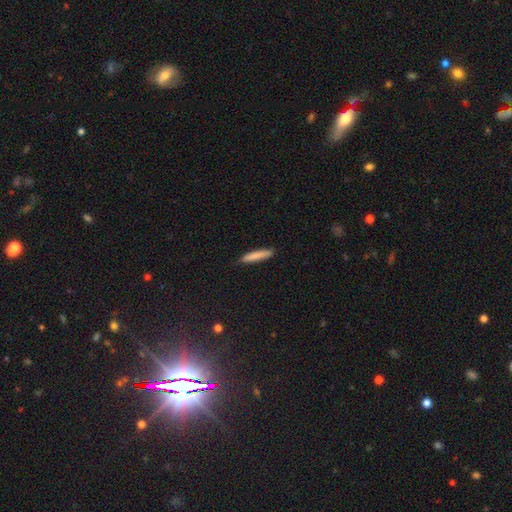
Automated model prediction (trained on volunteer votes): The model was most divided on "smooth or featured": smooth: 83%, featured or disk: 11%, star or artifact: 6%. More confident: how rounded — cigar-shaped (90%); merging — none (86%).